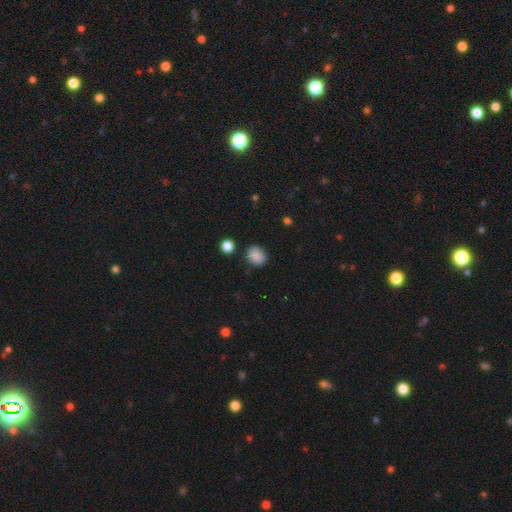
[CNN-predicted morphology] Q: Smooth or featured?
A: smooth (86%); runner-up: star or artifact (10%)
Q: How rounded?
A: round (71%); runner-up: in between (28%)
Q: Merging?
A: none (80%); runner-up: minor disturbance (14%)